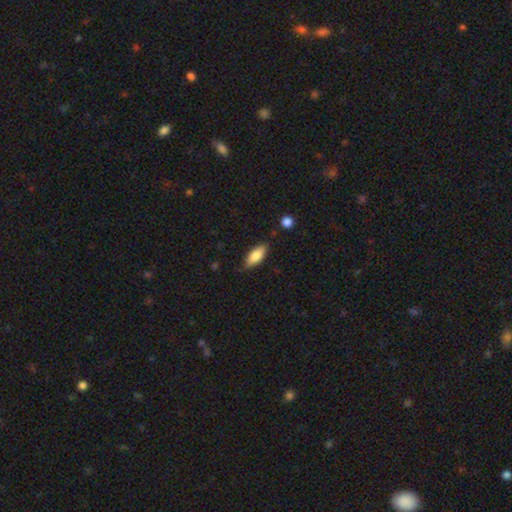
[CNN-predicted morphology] Smooth or featured? Predicted: smooth (p=0.82). How rounded? Predicted: in between (p=0.81). Merging? Predicted: none (p=0.80).